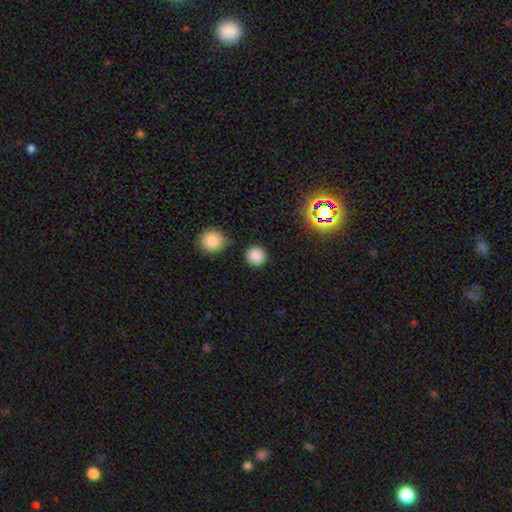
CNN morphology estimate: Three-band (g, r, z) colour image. It shows a smooth galaxy with no disk features (83%) that is round (94%). Merging: none (87%).